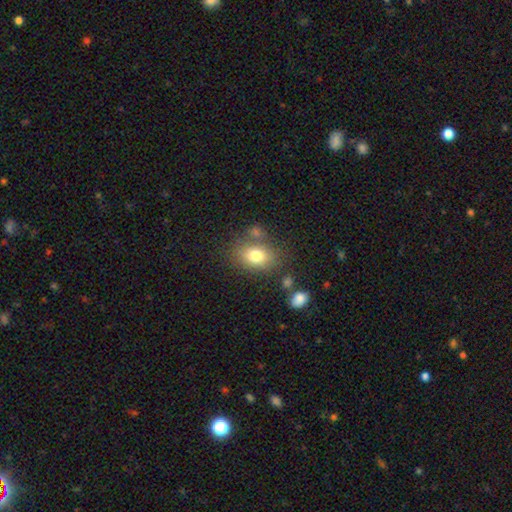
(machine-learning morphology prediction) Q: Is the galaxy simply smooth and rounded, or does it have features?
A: smooth — 77%.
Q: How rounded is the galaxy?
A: in between — 71%.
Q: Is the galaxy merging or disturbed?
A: none — 69%.